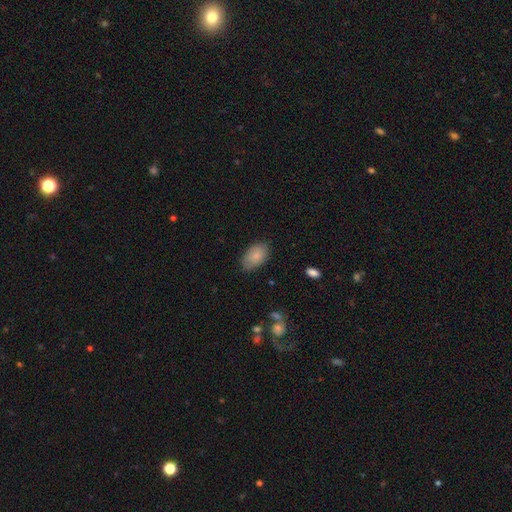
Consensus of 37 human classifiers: A smooth galaxy with no disk features (86%) that is in between round and cigar-shaped (94%). Merging: none (83%).